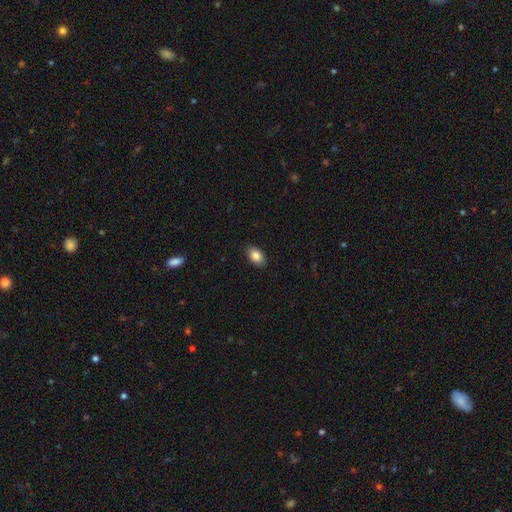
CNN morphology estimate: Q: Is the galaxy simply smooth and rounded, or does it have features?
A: smooth — 86%.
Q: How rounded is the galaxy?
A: in between — 89%.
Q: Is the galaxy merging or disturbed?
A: none — 88%.